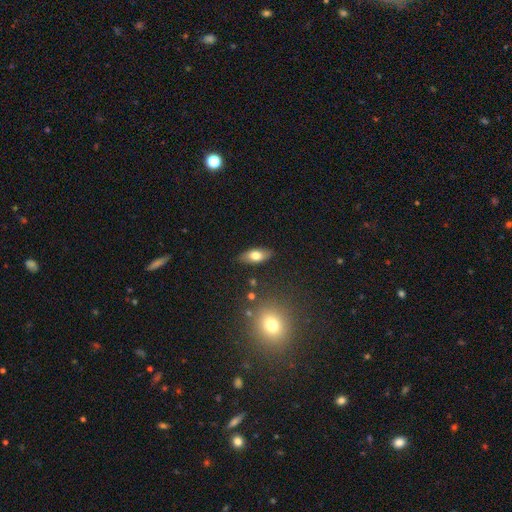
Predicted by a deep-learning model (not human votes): Smooth or featured? smooth (72%)
How rounded? in between (84%)
Merging? none (86%)